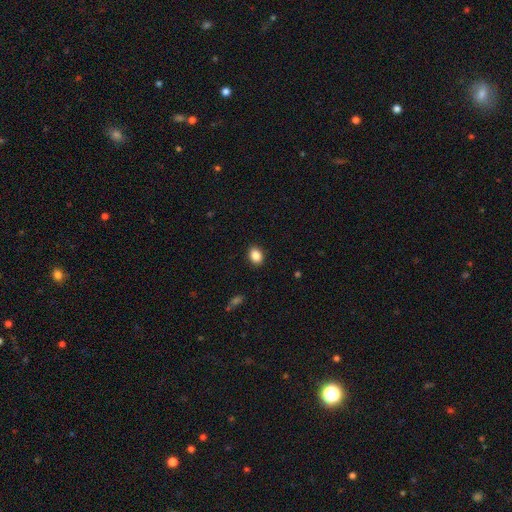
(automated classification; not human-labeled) smooth_or_featured: smooth (p=0.87) [alt: star or artifact p=0.09]
how_rounded: in between (p=0.63) [alt: round p=0.36]
merging: none (p=0.90) [alt: minor disturbance p=0.07]